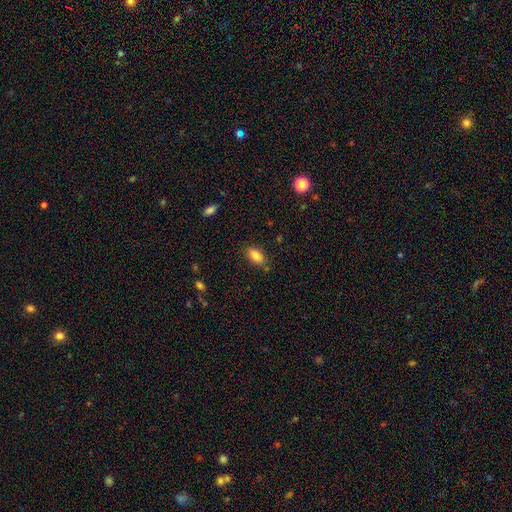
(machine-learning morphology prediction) A smooth galaxy with no disk features (83%) that is in between round and cigar-shaped (88%). Merging: none (81%).